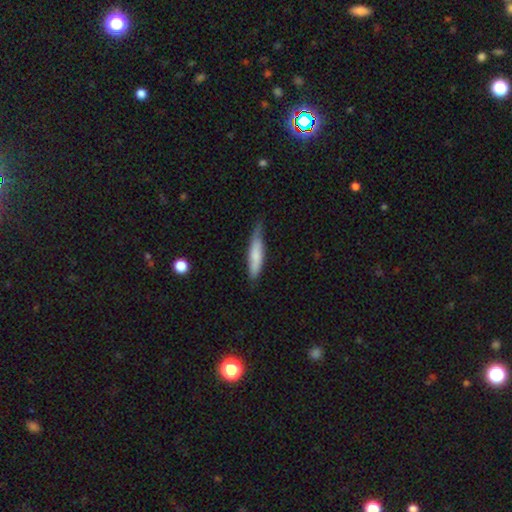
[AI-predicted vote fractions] Smooth or featured? smooth (72%)
How rounded? cigar-shaped (81%)
Merging? none (60%)